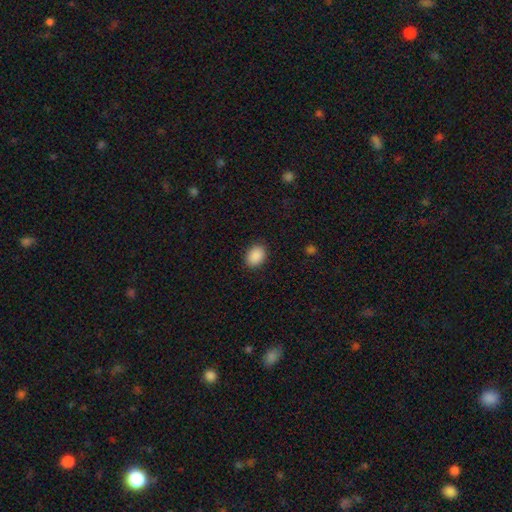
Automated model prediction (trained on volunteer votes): This is clearly a smooth galaxy (90%). How rounded: likely in between (68%). Merging: clearly none (89%).